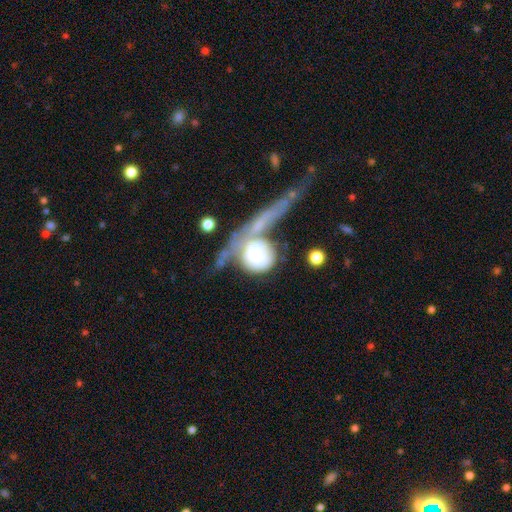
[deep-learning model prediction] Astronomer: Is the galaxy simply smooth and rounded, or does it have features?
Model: smooth — 57% (runner-up: featured or disk, 36%).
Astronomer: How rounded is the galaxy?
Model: round — 74%.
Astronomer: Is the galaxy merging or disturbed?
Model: merger — 36% (runner-up: major disturbance, 31%).